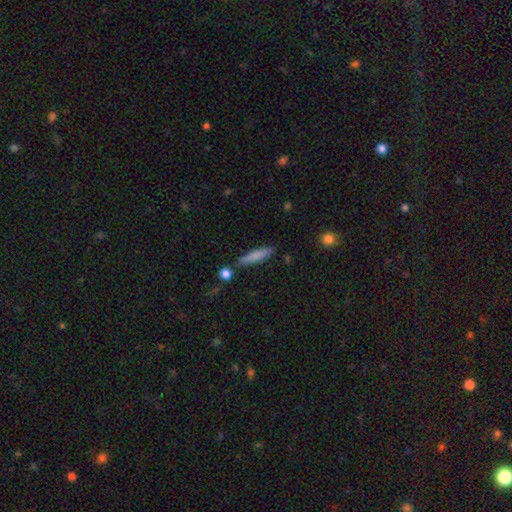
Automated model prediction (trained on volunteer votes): Smooth or featured? smooth (74%)
How rounded? cigar-shaped (86%)
Merging? none (79%)